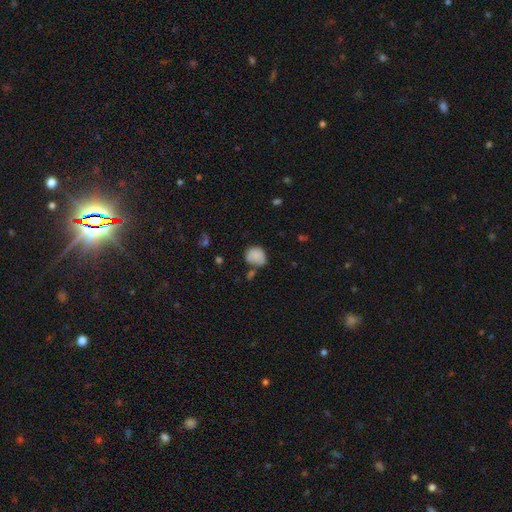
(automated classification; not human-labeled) smooth_or_featured: smooth (p=0.81) [alt: featured or disk p=0.10]
how_rounded: round (p=0.73) [alt: in between p=0.26]
merging: none (p=0.52) [alt: minor disturbance p=0.27]